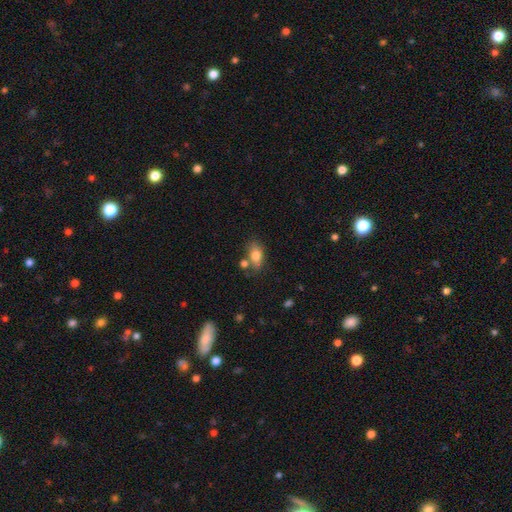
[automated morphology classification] Smooth or featured? smooth (76%)
How rounded? in between (84%)
Merging? none (59%)